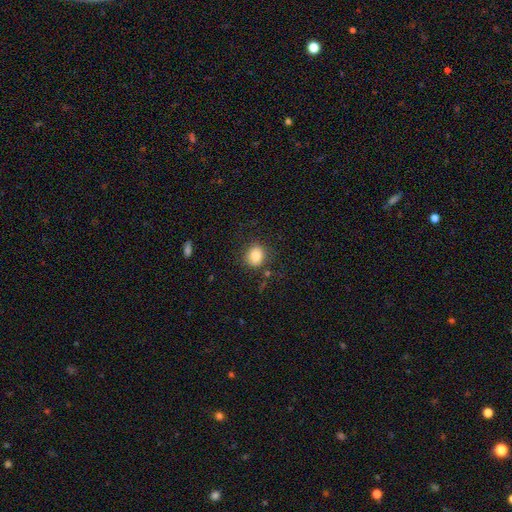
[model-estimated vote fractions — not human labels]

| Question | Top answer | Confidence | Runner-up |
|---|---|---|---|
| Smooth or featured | smooth | 85% | star or artifact (10%) |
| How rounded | round | 64% | in between (35%) |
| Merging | none | 81% | minor disturbance (12%) |